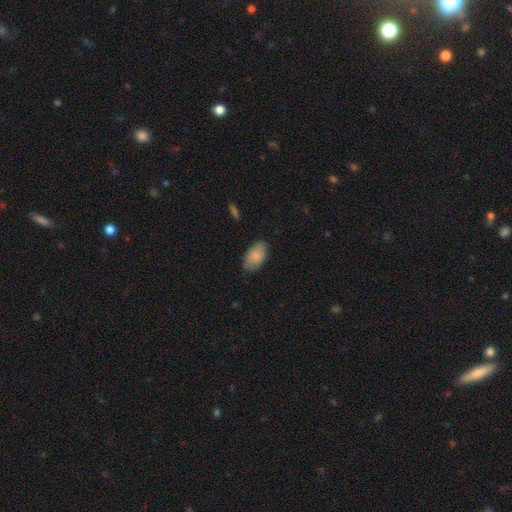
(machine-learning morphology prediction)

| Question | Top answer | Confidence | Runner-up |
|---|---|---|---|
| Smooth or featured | smooth | 86% | featured or disk (7%) |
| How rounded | in between | 94% | round (4%) |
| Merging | none | 78% | minor disturbance (18%) |